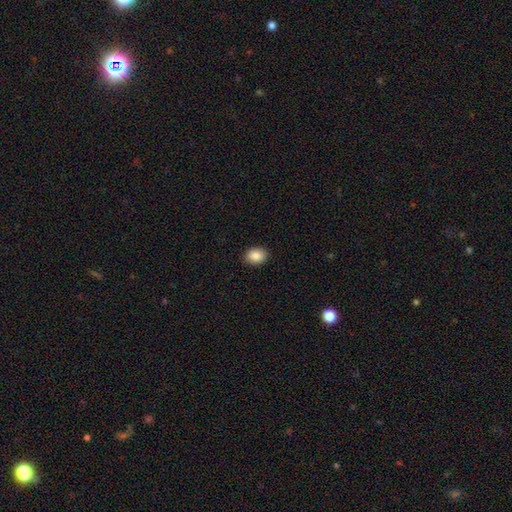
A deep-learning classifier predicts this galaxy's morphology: A smooth galaxy with no disk features (88%) that is in between round and cigar-shaped (68%).

Vote fractions:
- Smooth or featured? smooth: 88% / star or artifact: 8% / featured or disk: 4%
- How rounded? in between: 68% / round: 31% / cigar-shaped: 1%
- Merging? none: 90% / minor disturbance: 7% / major disturbance: 2% / merger: 1%